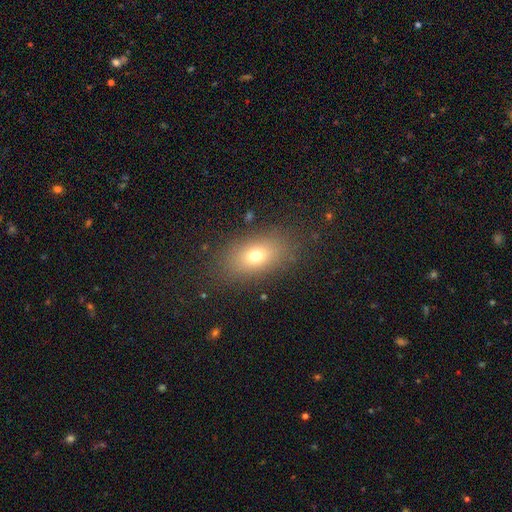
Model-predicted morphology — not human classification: A smooth galaxy with no disk features (71%) that is in between round and cigar-shaped (82%).

Vote fractions:
- Smooth or featured? smooth: 71% / featured or disk: 16% / star or artifact: 13%
- How rounded? in between: 82% / round: 13% / cigar-shaped: 5%
- Merging? none: 84% / minor disturbance: 10% / major disturbance: 5% / merger: 1%